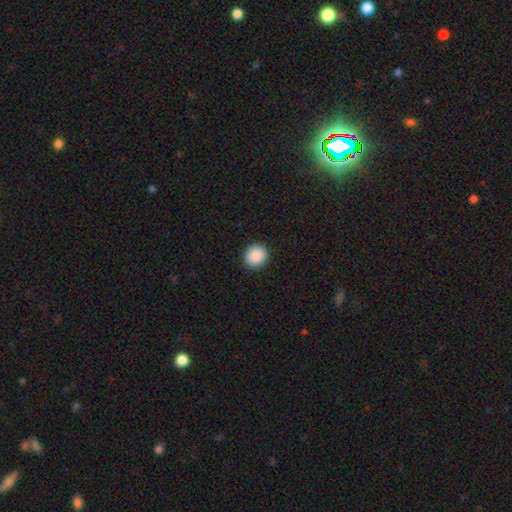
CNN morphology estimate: Smooth or featured? smooth (89%)
How rounded? round (87%)
Merging? none (92%)